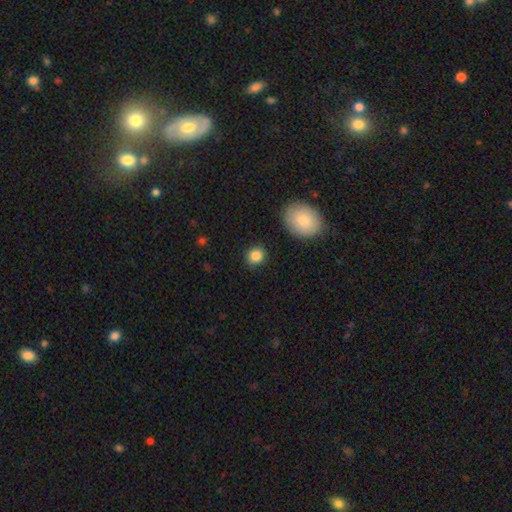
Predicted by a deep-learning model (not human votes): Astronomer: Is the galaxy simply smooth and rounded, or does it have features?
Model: smooth — 86%.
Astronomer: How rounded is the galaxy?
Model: round — 84%.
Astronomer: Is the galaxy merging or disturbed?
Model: none — 87%.